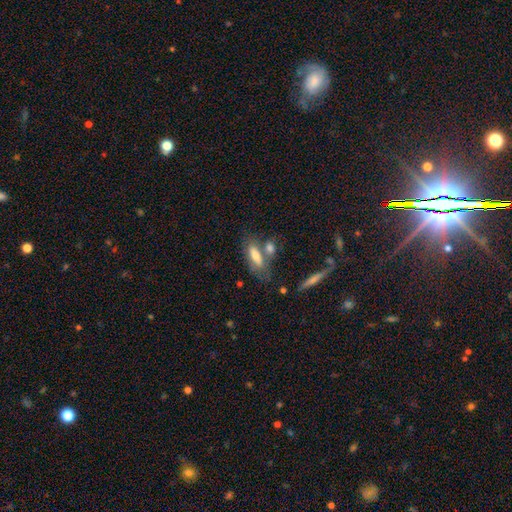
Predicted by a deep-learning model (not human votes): The model was most divided on "merging": none: 44%, merger: 33%, minor disturbance: 15%, major disturbance: 8%. More confident: smooth or featured — smooth (67%); how rounded — in between (66%).